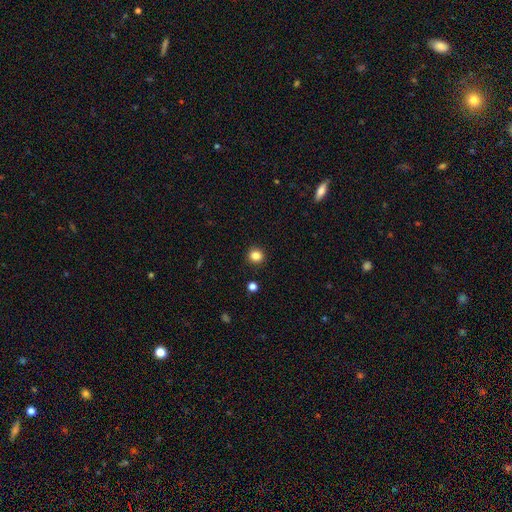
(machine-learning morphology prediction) smooth-or-featured: smooth: 84% | star or artifact: 12% | featured or disk: 4%
  how-rounded: round: 93% | in between: 6% | cigar-shaped: 1%
  merging: none: 92% | minor disturbance: 5% | major disturbance: 2% | merger: 1%